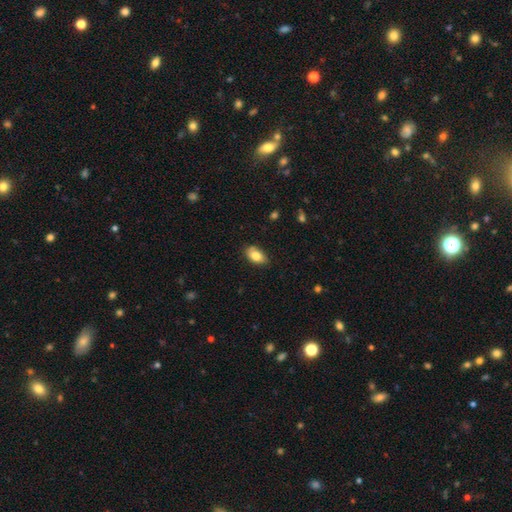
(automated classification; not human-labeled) A smooth galaxy with no disk features (81%) that is in between round and cigar-shaped (92%).

Vote fractions:
- Smooth or featured? smooth: 81% / featured or disk: 12% / star or artifact: 7%
- How rounded? in between: 92% / round: 6% / cigar-shaped: 2%
- Merging? none: 80% / minor disturbance: 16% / major disturbance: 3% / merger: 1%